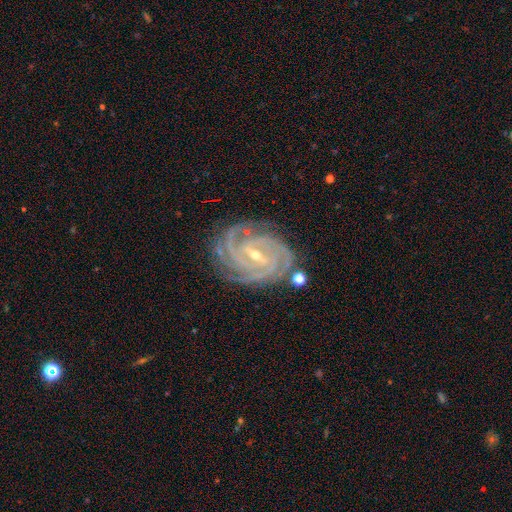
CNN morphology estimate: Smooth or featured? featured or disk (93%)
Edge-on disk? no (98%)
Bar? weak (43%)
Spiral arms? yes (99%)
Spiral winding? tight (79%)
Spiral arm count? 4 (46%)
Bulge size? small (67%)
Merging? none (81%)